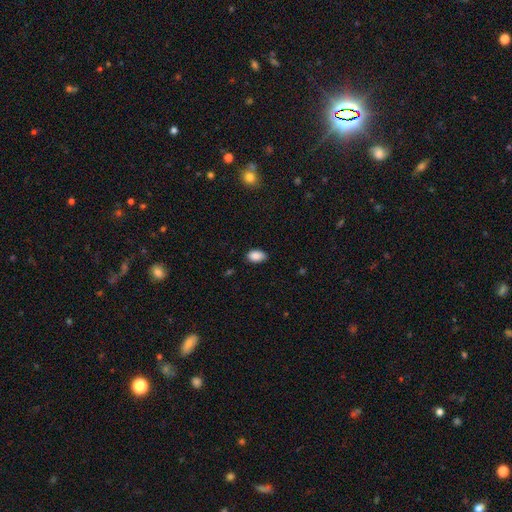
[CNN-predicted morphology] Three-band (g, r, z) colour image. It shows a smooth galaxy with no disk features (89%) that is in between round and cigar-shaped (91%). Merging: none (82%).